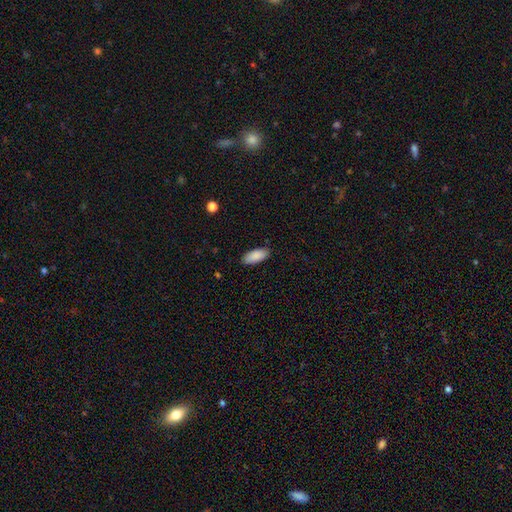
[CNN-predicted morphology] Overall: smooth (88%). How rounded: in between (87%). Merging: none (87%).